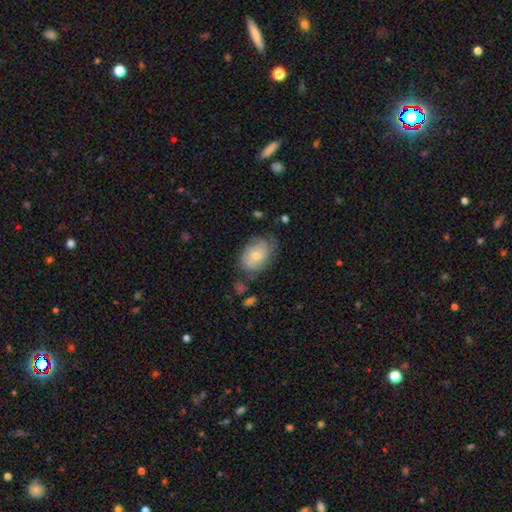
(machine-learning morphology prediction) A smooth galaxy with no disk features (53%) that is in between round and cigar-shaped (75%). Merging: none (58%).